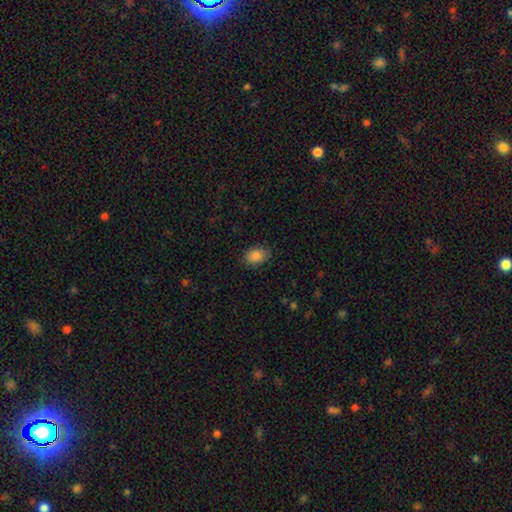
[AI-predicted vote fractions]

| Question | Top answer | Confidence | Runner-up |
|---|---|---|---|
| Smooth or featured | smooth | 86% | star or artifact (9%) |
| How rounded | in between | 72% | round (26%) |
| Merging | none | 81% | minor disturbance (15%) |